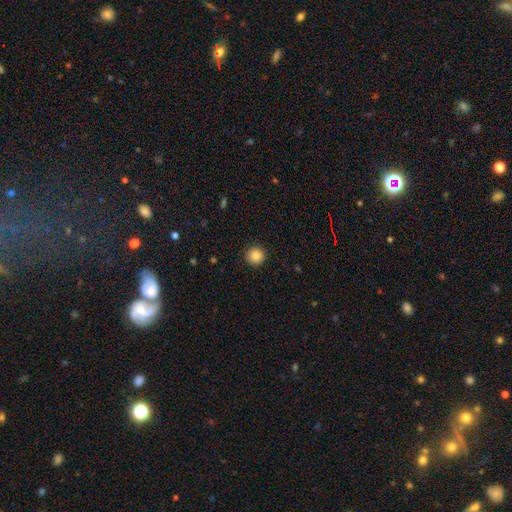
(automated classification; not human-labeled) Smooth or featured? smooth (86%)
How rounded? round (93%)
Merging? none (91%)